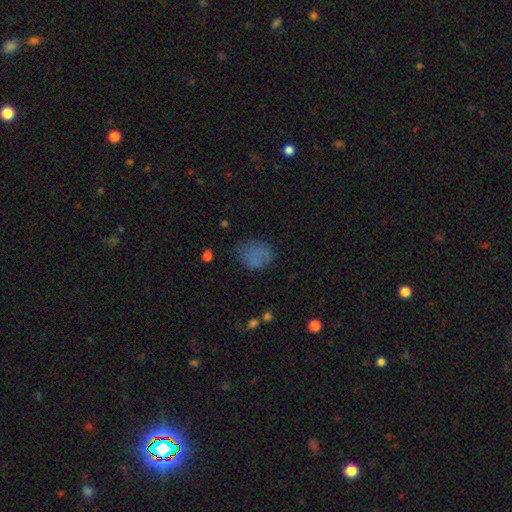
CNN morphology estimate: Overall: smooth (73%). How rounded: in between (52%; round 47%). Merging: none (56%; minor disturbance 28%).